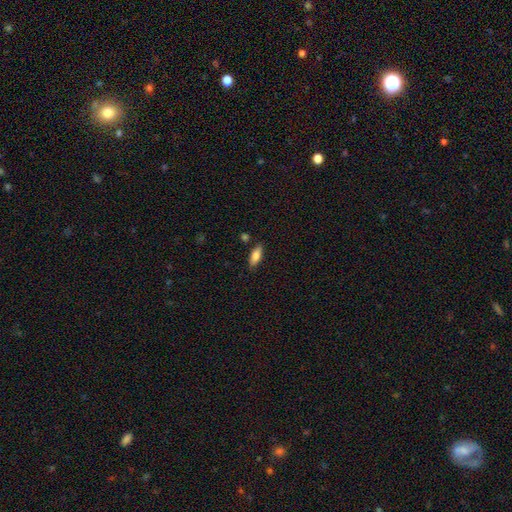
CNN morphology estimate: The model was most divided on "how rounded": in between: 75%, cigar-shaped: 23%, round: 2%. More confident: merging — none (83%); smooth or featured — smooth (80%).